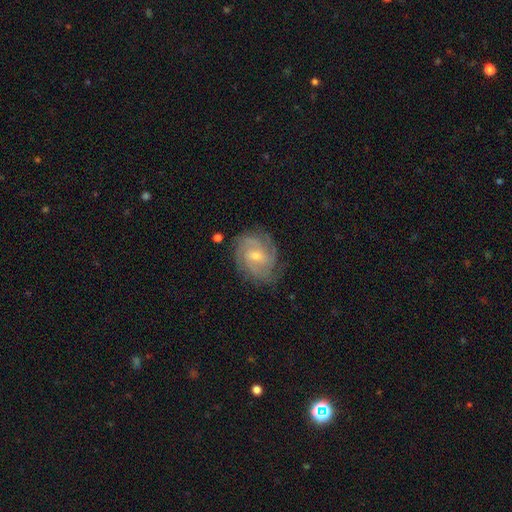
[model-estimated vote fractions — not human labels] Morphology: type=featured or disk (82%); edge-on=no (97%); bar=weak (48%); spiral arms=yes (96%); winding=tight (58%); arm count=3 (31%); bulge=moderate (49%); merging=none (78%).